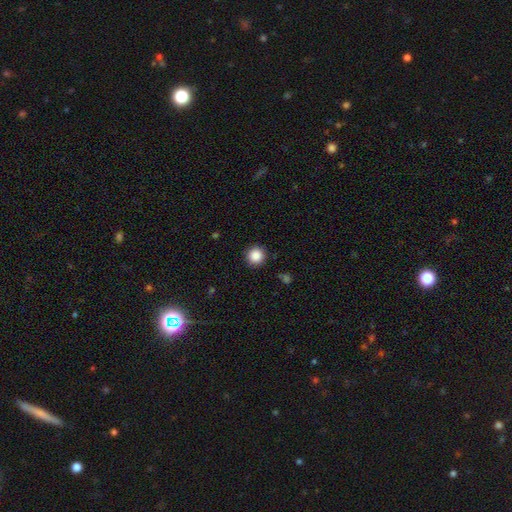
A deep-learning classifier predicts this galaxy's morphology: Smooth or featured? smooth (87%)
How rounded? round (95%)
Merging? none (91%)